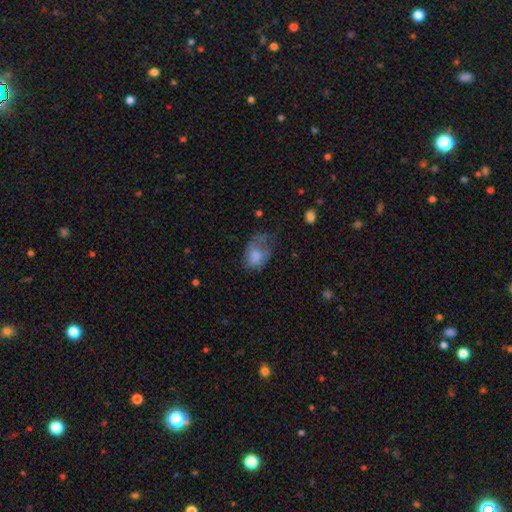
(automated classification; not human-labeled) Smooth or featured? Predicted: smooth (p=0.68). How rounded? Predicted: in between (p=0.75). Merging? Predicted: major disturbance (p=0.42).